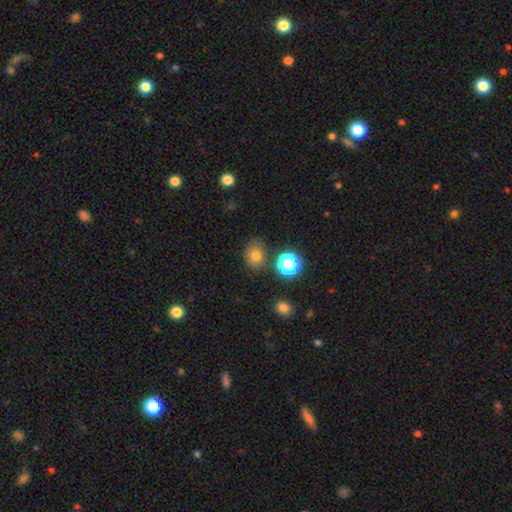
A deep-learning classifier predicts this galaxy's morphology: Smooth or featured: smooth — 76% (star or artifact — 16%)
How rounded: round — 57% (in between — 42%)
Merging: none — 79% (minor disturbance — 12%)